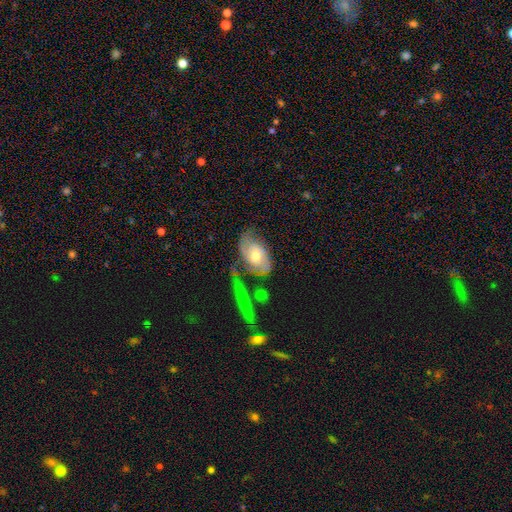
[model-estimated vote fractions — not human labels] A featured or disk galaxy (67%) with no bar (74%), 2 (69%) tight (41%) spiral arms (85%) and a moderate central bulge (68%). Merging: none (47%).